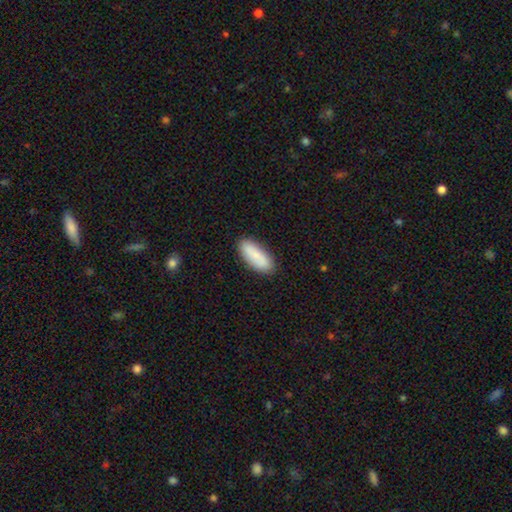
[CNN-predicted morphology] Overall: smooth (83%). How rounded: in between (71%). Merging: none (86%).